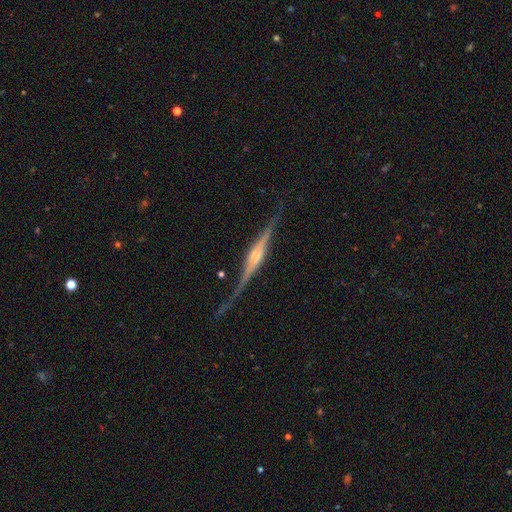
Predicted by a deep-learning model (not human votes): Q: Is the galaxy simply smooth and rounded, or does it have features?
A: featured or disk — 85%.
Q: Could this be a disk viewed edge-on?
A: yes — 97%.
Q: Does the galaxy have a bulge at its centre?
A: rounded — 63%.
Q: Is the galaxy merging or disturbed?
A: none — 79%.